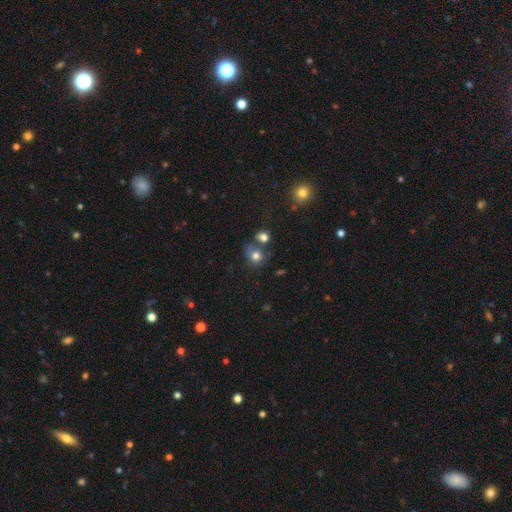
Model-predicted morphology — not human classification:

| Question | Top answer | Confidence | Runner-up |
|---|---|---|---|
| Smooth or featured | smooth | 75% | star or artifact (13%) |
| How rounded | round | 75% | in between (24%) |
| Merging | none | 45% | merger (30%) |